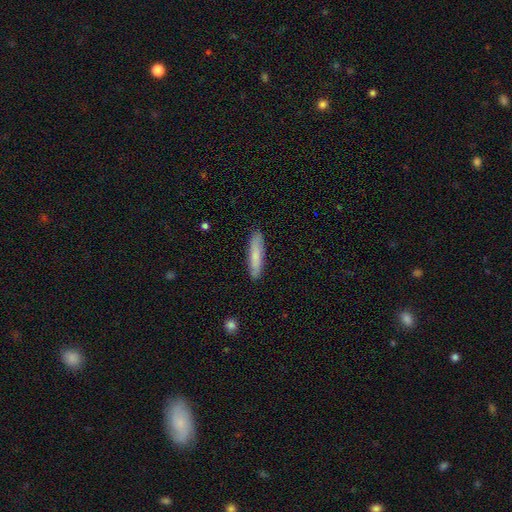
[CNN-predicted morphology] smooth 77%, featured or disk 18%, star or artifact 6%. Down the decision tree: how rounded — cigar-shaped (87%); merging — none (89%).